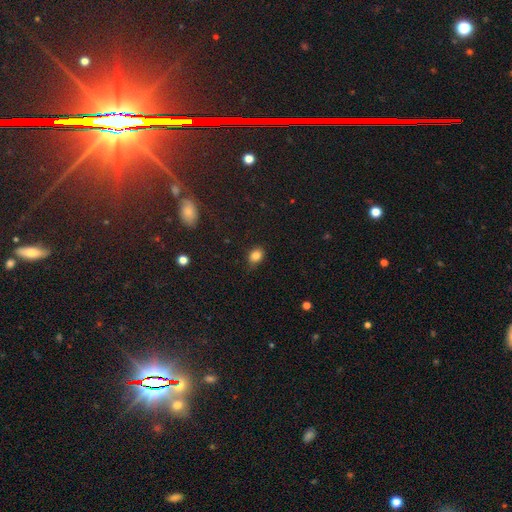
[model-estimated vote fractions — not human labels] smooth_or_featured: smooth (p=0.83) [alt: star or artifact p=0.11]
how_rounded: in between (p=0.66) [alt: round p=0.33]
merging: none (p=0.76) [alt: minor disturbance p=0.19]